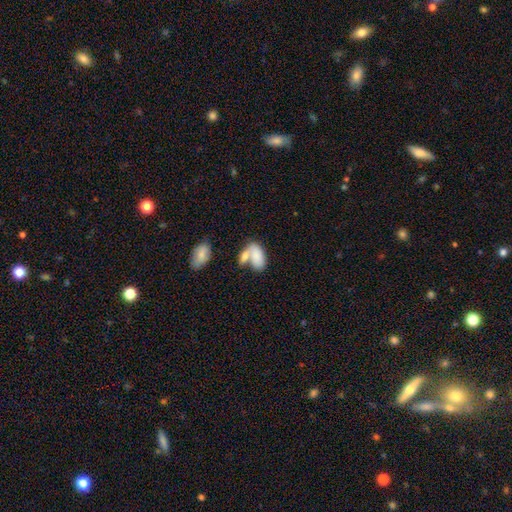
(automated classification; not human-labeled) Morphology: type=smooth (78%); roundness=in between (93%); merging=merger (55%).